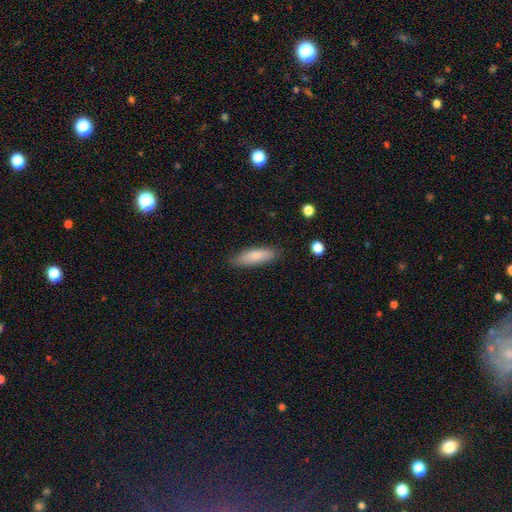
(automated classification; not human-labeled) Smooth or featured? smooth (82%)
How rounded? cigar-shaped (57%)
Merging? none (83%)